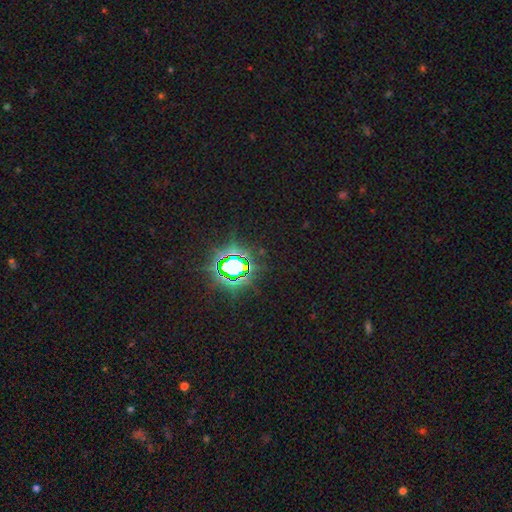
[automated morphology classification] type=star or artifact (81%).